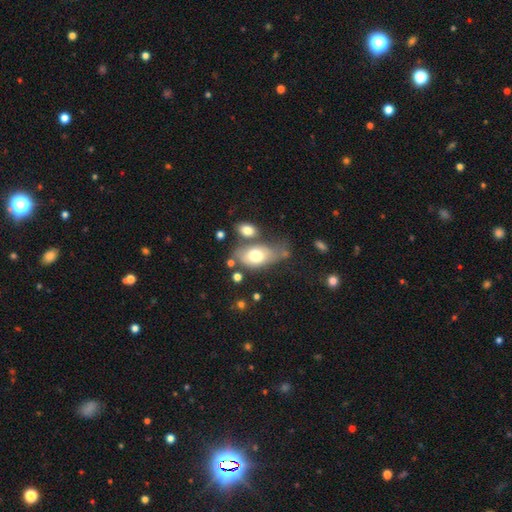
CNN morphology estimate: The model was most divided on "merging": none: 39%, minor disturbance: 24%, merger: 22%, major disturbance: 15%. More confident: how rounded — in between (89%); smooth or featured — smooth (70%).